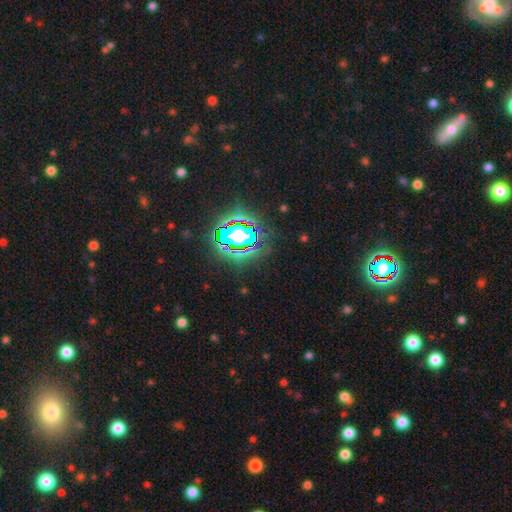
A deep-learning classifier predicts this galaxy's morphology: Smooth or featured?
  - star or artifact: 83% *
  - smooth: 10%
  - featured or disk: 7%